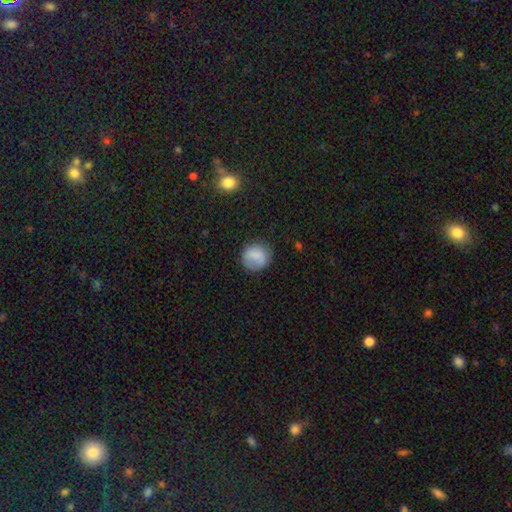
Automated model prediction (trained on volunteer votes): smooth 82%, featured or disk 10%, star or artifact 8%. Down the decision tree: how rounded — round (81%); merging — none (74%).